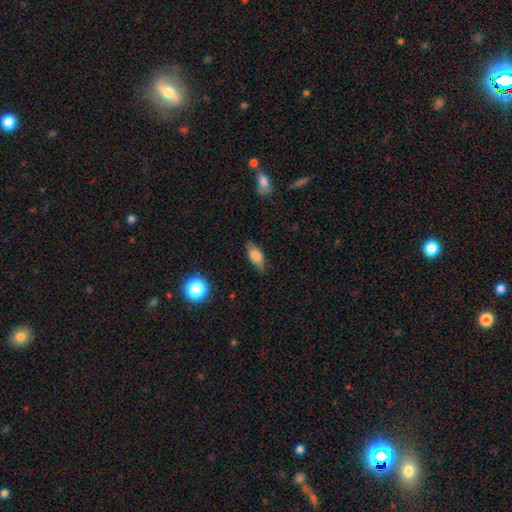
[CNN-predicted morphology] smooth-or-featured: smooth: 76% | featured or disk: 16% | star or artifact: 8%
  how-rounded: in between: 79% | cigar-shaped: 17% | round: 4%
  merging: none: 75% | minor disturbance: 19% | major disturbance: 4% | merger: 1%